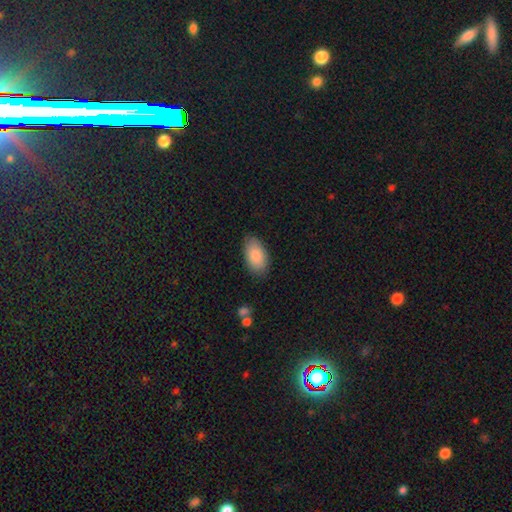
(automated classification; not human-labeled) smooth_or_featured: smooth (p=0.86) [alt: featured or disk p=0.08]
how_rounded: in between (p=0.94) [alt: round p=0.04]
merging: none (p=0.84) [alt: minor disturbance p=0.12]